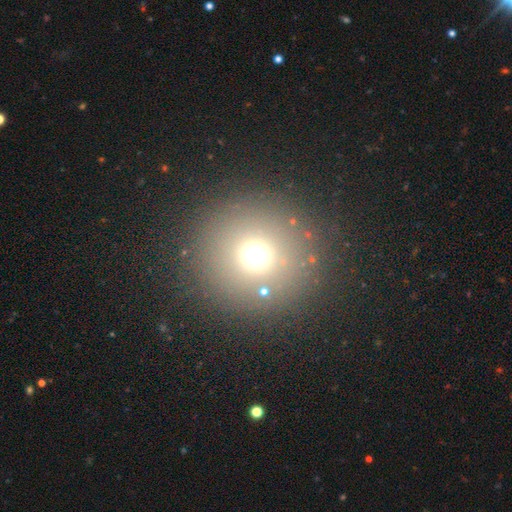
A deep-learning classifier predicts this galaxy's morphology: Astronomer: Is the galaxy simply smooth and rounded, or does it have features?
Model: smooth — 66%.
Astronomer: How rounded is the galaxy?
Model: round — 95%.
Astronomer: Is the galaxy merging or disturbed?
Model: none — 87%.